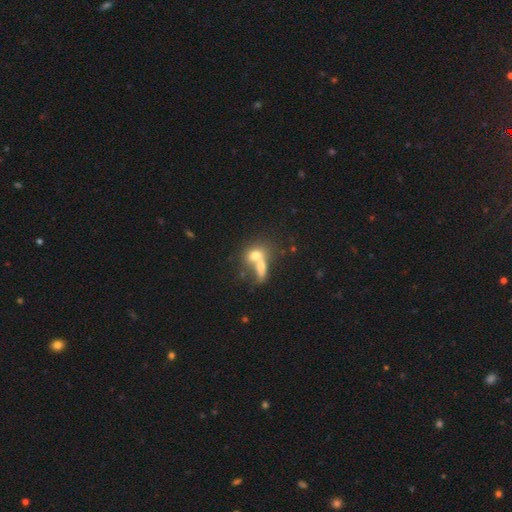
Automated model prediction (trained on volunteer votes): A smooth galaxy with no disk features (67%) that is in between round and cigar-shaped (54%).

Vote fractions:
- Smooth or featured? smooth: 67% / featured or disk: 23% / star or artifact: 10%
- How rounded? in between: 54% / round: 41% / cigar-shaped: 5%
- Merging? merger: 71% / none: 17% / minor disturbance: 6% / major disturbance: 6%